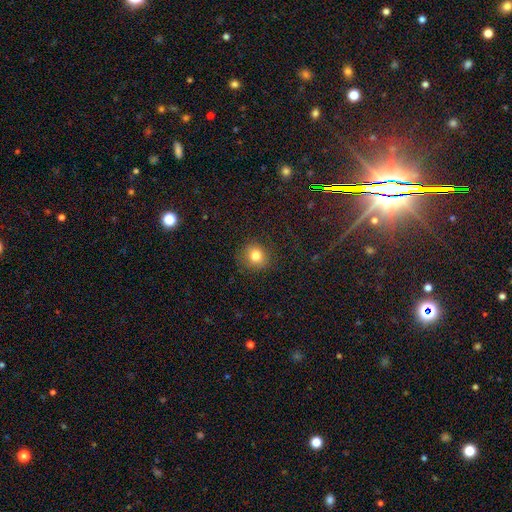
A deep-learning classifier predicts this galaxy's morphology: smooth 80%, star or artifact 13%, featured or disk 7%. Down the decision tree: how rounded — round (84%); merging — none (86%).